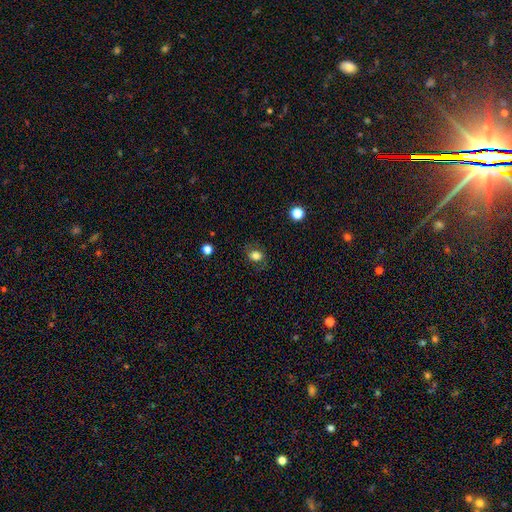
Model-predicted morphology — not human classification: The model was most divided on "how rounded": in between: 50%, round: 49%, cigar-shaped: 1%. More confident: smooth or featured — smooth (80%); merging — none (78%).